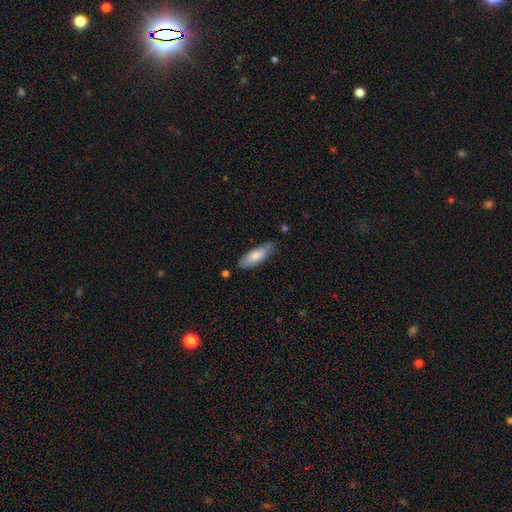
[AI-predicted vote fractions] smooth_or_featured: smooth (p=0.78) [alt: featured or disk p=0.16]
how_rounded: in between (p=0.64) [alt: cigar-shaped p=0.35]
merging: none (p=0.76) [alt: minor disturbance p=0.18]